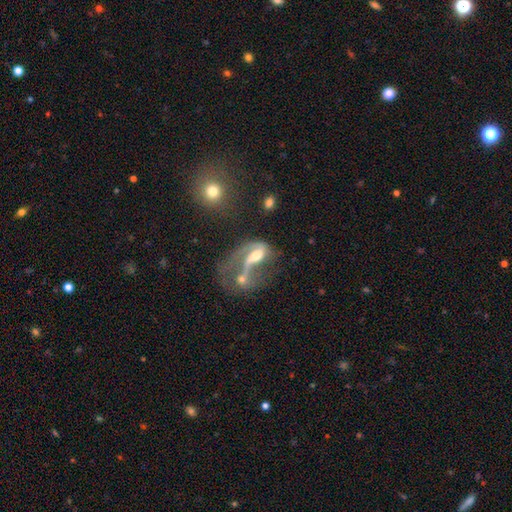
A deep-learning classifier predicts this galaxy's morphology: smooth_or_featured: featured or disk (p=0.68) [alt: smooth p=0.23]
disk_edge_on: no (p=0.93) [alt: yes p=0.07]
bar: no (p=0.43) [alt: weak p=0.36]
has_spiral_arms: yes (p=0.74) [alt: no p=0.26]
bulge_size: moderate (p=0.58) [alt: small p=0.22]
merging: merger (p=0.49) [alt: major disturbance p=0.28]